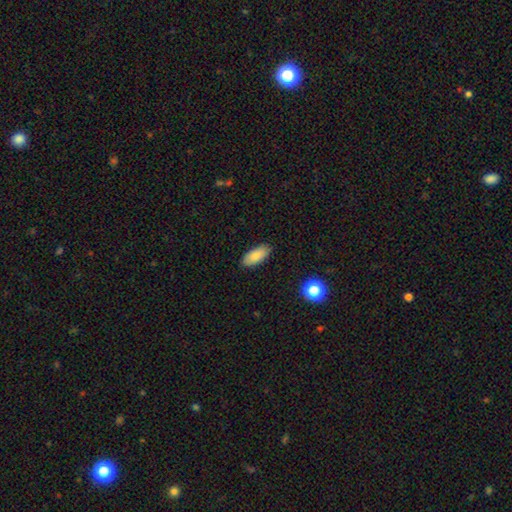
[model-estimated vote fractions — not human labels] Smooth or featured?
  - smooth: 85% *
  - featured or disk: 8%
  - star or artifact: 7%
How rounded?
  - in between: 87% *
  - cigar-shaped: 11%
  - round: 2%
Merging?
  - none: 88% *
  - minor disturbance: 9%
  - major disturbance: 2%
  - merger: 1%